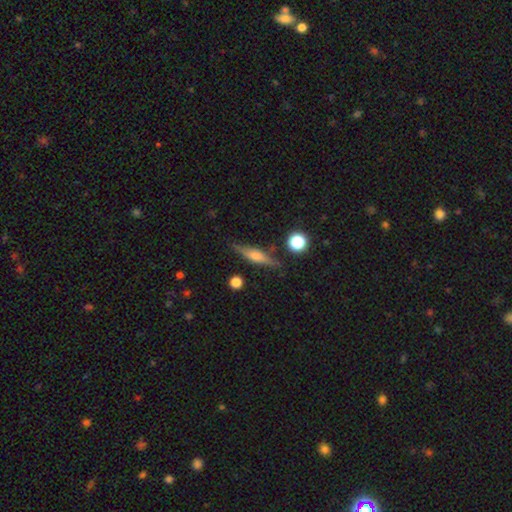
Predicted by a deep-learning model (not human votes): The model was most divided on "smooth or featured": featured or disk: 57%, smooth: 35%, star or artifact: 8%. More confident: edge-on disk — yes (94%); merging — none (85%); edge-on bulge — rounded (80%).